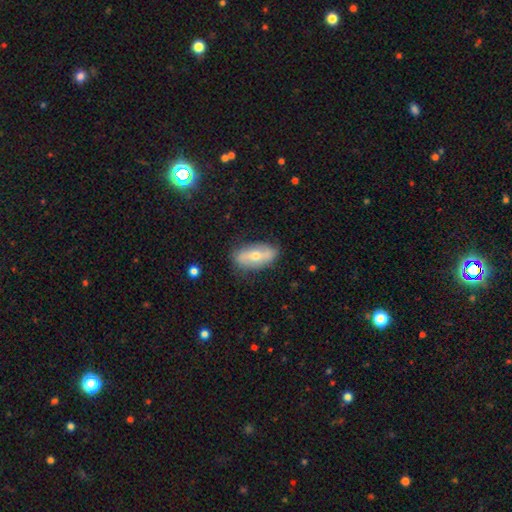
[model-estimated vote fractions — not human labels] Morphology: type=featured or disk (50%); edge-on=no (79%); merging=none (81%).